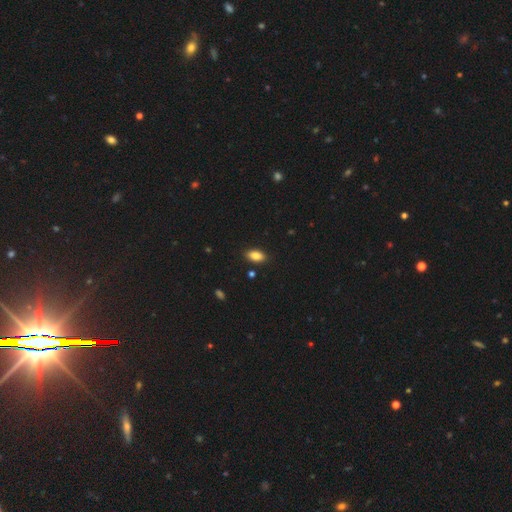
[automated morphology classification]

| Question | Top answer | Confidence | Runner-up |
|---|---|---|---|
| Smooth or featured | smooth | 85% | star or artifact (8%) |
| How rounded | in between | 91% | round (5%) |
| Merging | none | 88% | minor disturbance (9%) |